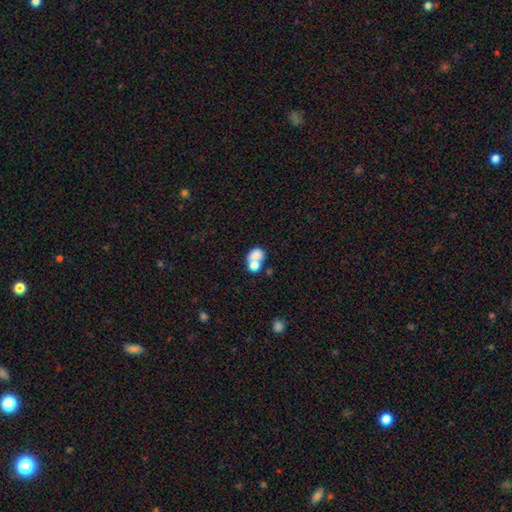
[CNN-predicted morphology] A smooth galaxy with no disk features (75%) that is in between round and cigar-shaped (53%). Merging: merger (53%).